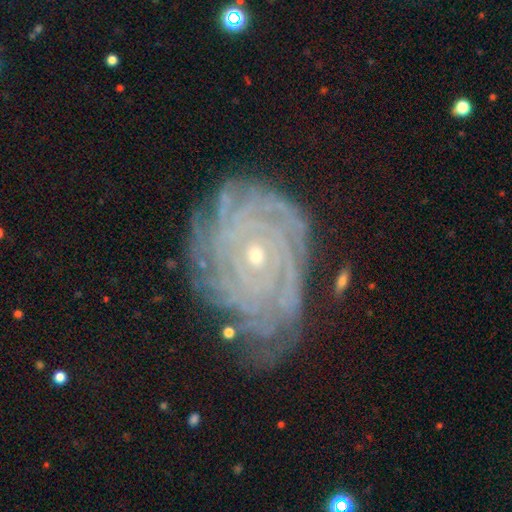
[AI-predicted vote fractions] Smooth or featured? featured or disk (87%)
Edge-on disk? no (96%)
Bar? no (78%)
Spiral arms? yes (97%)
Spiral winding? tight (85%)
Spiral arm count? can't tell (28%)
Bulge size? small (76%)
Merging? none (70%)